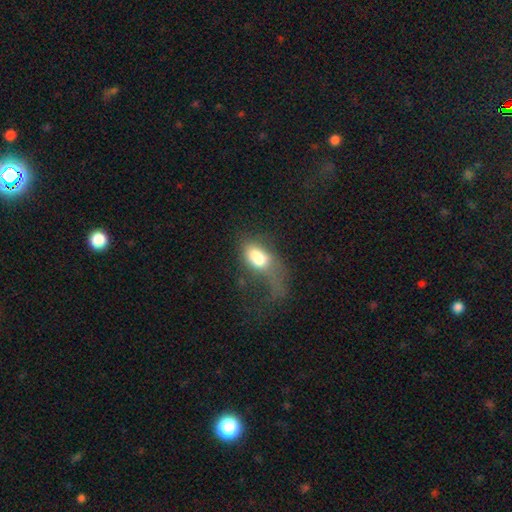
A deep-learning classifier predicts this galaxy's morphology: This is likely a smooth galaxy (72%). How rounded: clearly in between (88%). Merging: possibly major disturbance (57%).